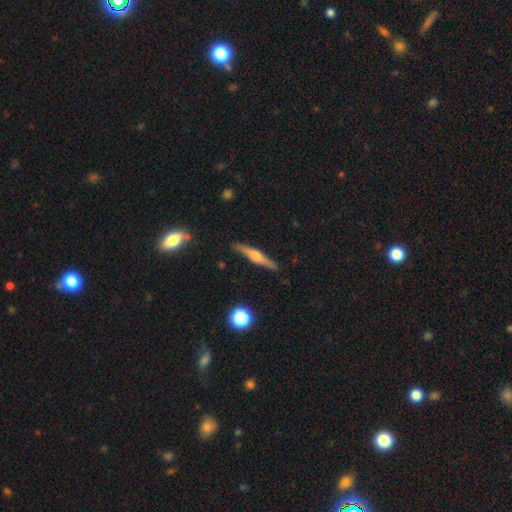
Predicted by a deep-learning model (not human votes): The model was most divided on "smooth or featured": featured or disk: 70%, smooth: 24%, star or artifact: 6%. More confident: edge-on disk — yes (98%); merging — none (90%); edge-on bulge — rounded (83%).